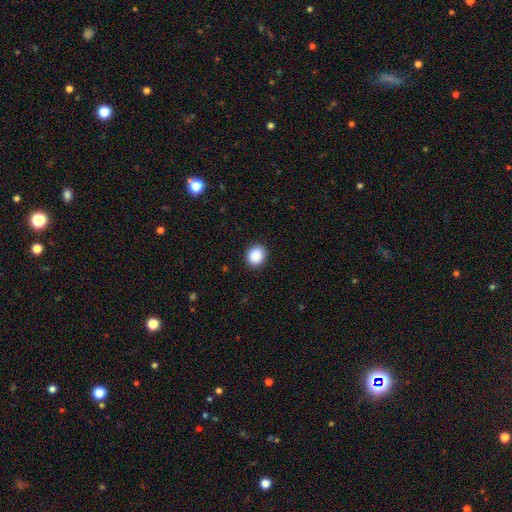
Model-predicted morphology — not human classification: A smooth galaxy with no disk features (90%) that is round (72%). Merging: none (91%).